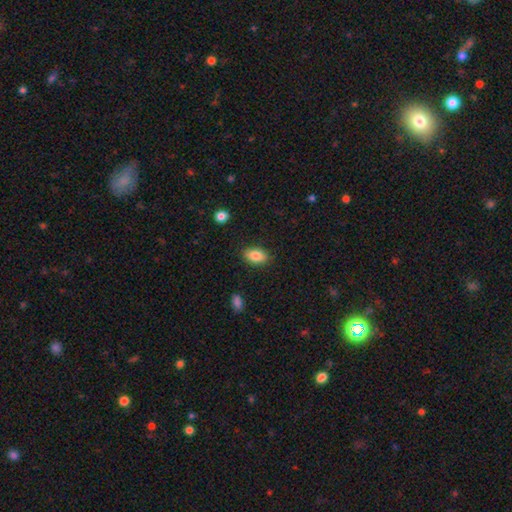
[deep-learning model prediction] Q: Smooth or featured?
A: smooth (85%); runner-up: star or artifact (8%)
Q: How rounded?
A: in between (90%); runner-up: round (7%)
Q: Merging?
A: none (86%); runner-up: minor disturbance (10%)